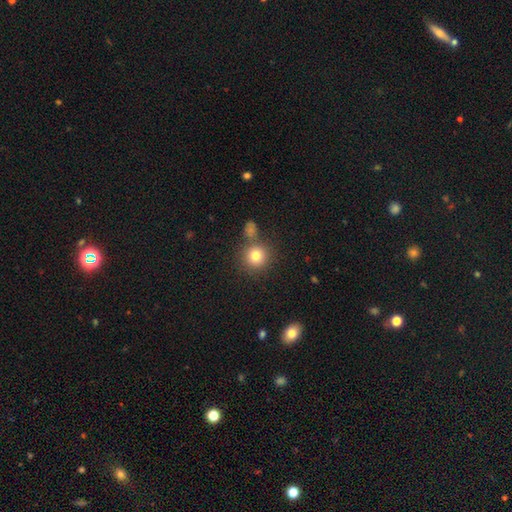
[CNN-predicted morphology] smooth-or-featured: smooth: 79% | star or artifact: 12% | featured or disk: 9%
  how-rounded: round: 92% | in between: 7% | cigar-shaped: 1%
  merging: none: 74% | merger: 13% | minor disturbance: 9% | major disturbance: 4%